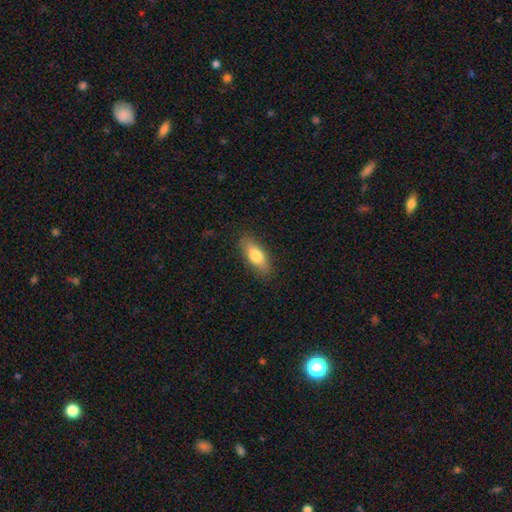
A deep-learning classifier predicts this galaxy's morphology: Smooth or featured: smooth — 75% (featured or disk — 18%)
How rounded: in between — 69% (cigar-shaped — 28%)
Merging: none — 86% (minor disturbance — 11%)